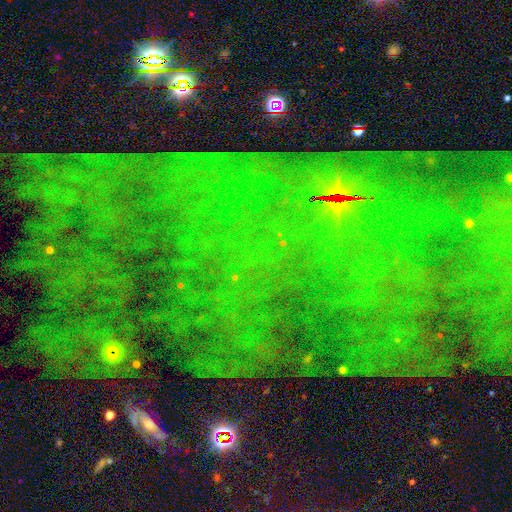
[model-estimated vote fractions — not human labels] Smooth or featured: star or artifact — 77% (featured or disk — 13%)